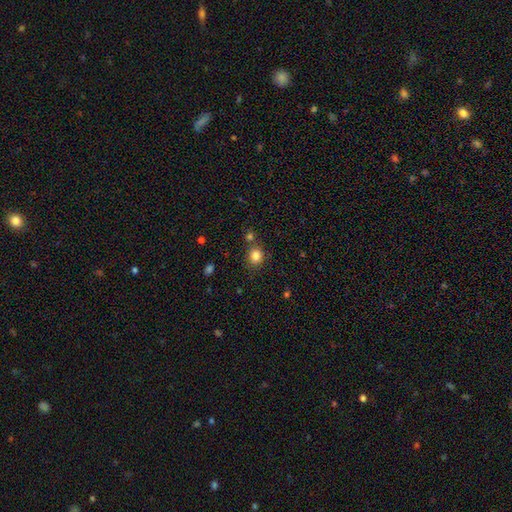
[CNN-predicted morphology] A smooth galaxy with no disk features (83%) that is round (78%).

Vote fractions:
- Smooth or featured? smooth: 83% / star or artifact: 11% / featured or disk: 5%
- How rounded? round: 78% / in between: 22% / cigar-shaped: 1%
- Merging? none: 74% / merger: 13% / minor disturbance: 10% / major disturbance: 3%